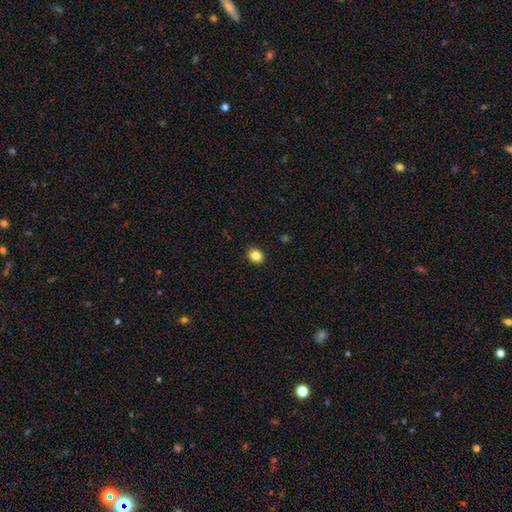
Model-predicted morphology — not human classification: Smooth or featured? Predicted: smooth (p=0.83). How rounded? Predicted: round (p=0.75). Merging? Predicted: none (p=0.88).